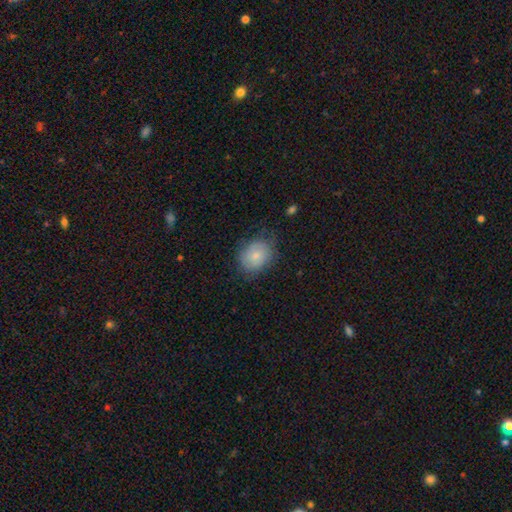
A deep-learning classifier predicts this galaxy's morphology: The model was most divided on "how rounded": round: 60%, in between: 40%, cigar-shaped: 1%. More confident: smooth or featured — smooth (78%); merging — none (70%).